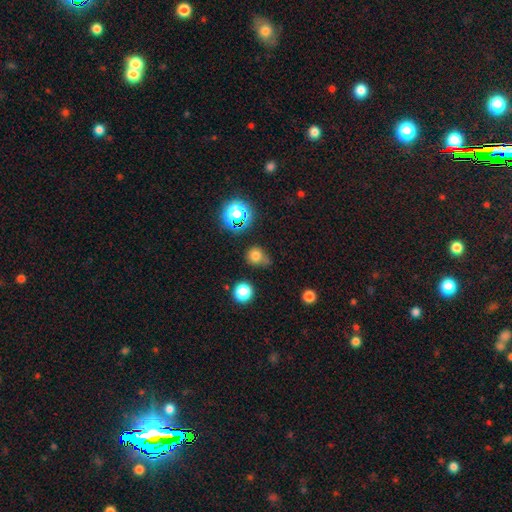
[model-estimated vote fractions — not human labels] A smooth galaxy with no disk features (72%) that is round (76%). Merging: none (59%).